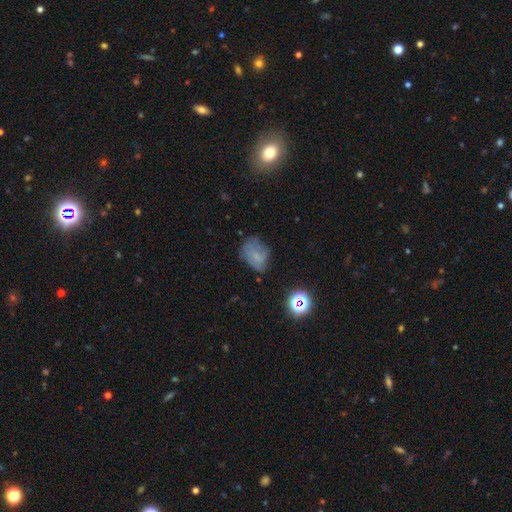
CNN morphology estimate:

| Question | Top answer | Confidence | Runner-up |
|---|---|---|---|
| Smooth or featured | smooth | 48% | featured or disk (32%) |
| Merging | none | 55% | minor disturbance (28%) |